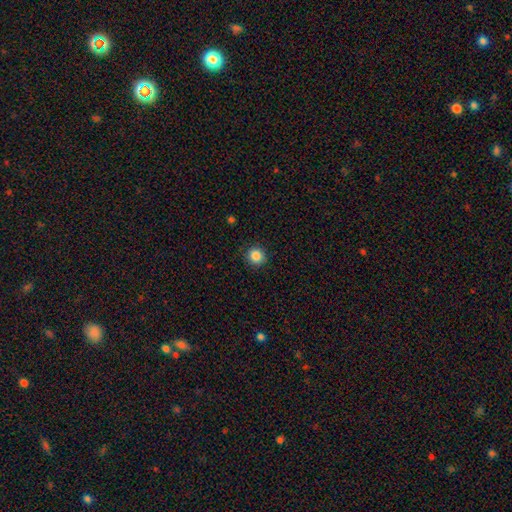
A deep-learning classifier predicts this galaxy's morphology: type=smooth (86%); roundness=round (91%); merging=none (89%).